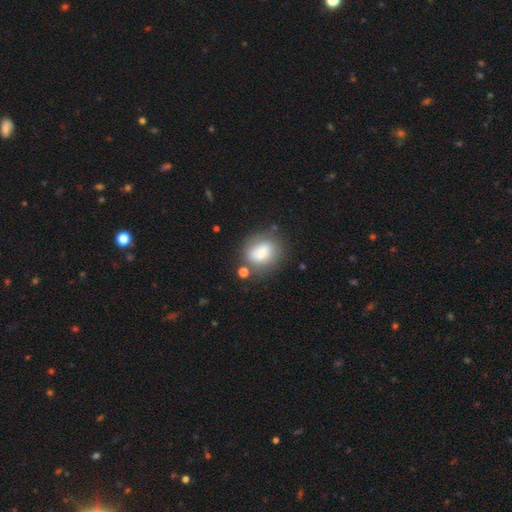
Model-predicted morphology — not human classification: Smooth or featured: smooth — 72% (featured or disk — 18%)
How rounded: in between — 52% (round — 47%)
Merging: none — 64% (minor disturbance — 20%)